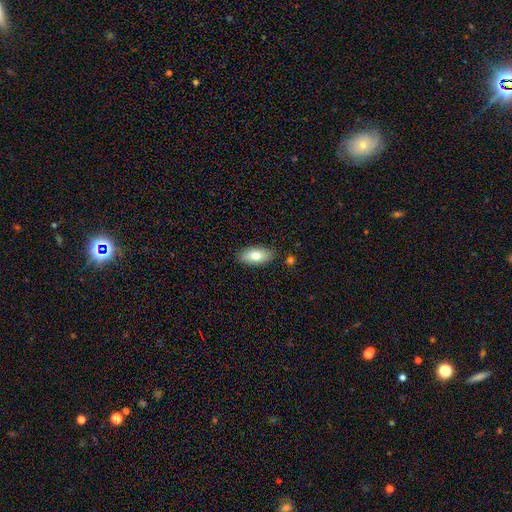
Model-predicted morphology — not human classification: Smooth or featured: smooth — 78% (featured or disk — 15%)
How rounded: in between — 89% (cigar-shaped — 8%)
Merging: none — 85% (minor disturbance — 11%)